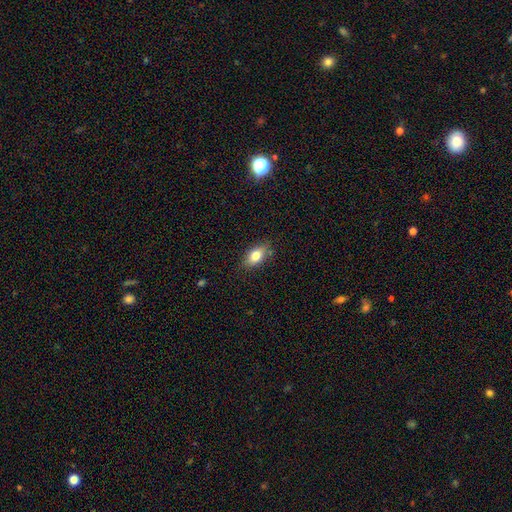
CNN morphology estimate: Smooth or featured? smooth (78%)
How rounded? in between (87%)
Merging? none (81%)